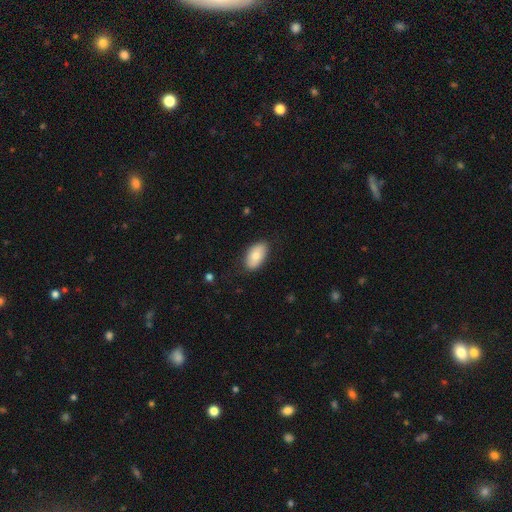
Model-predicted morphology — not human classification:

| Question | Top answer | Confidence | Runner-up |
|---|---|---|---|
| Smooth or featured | smooth | 77% | featured or disk (16%) |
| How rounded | in between | 94% | round (4%) |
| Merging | none | 83% | minor disturbance (13%) |